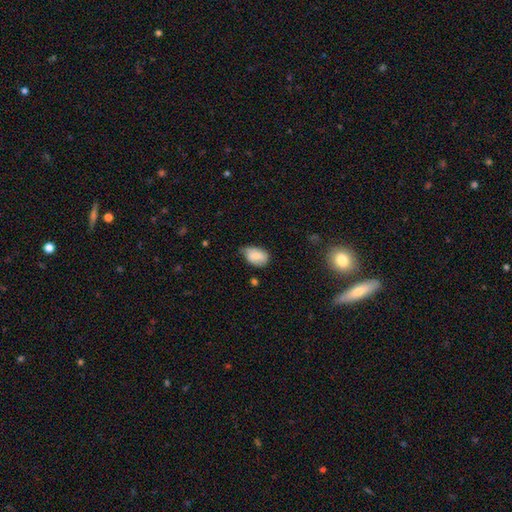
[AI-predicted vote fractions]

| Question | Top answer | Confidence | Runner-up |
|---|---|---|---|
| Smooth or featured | smooth | 75% | featured or disk (17%) |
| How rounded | in between | 85% | round (14%) |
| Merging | minor disturbance | 44% | none (43%) |